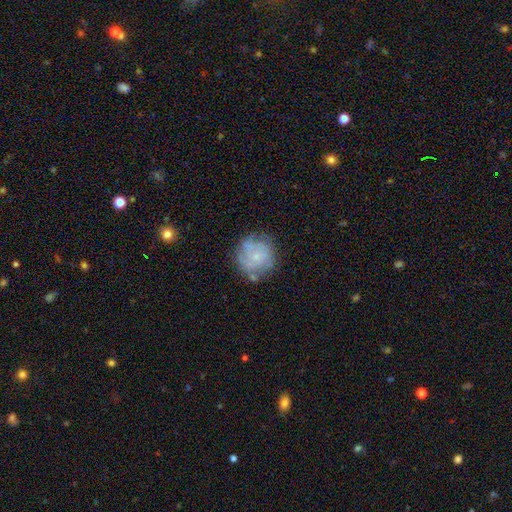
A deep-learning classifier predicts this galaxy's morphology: The model was most divided on "smooth or featured": featured or disk: 56%, smooth: 35%, star or artifact: 9%. More confident: edge-on disk — no (98%); bar — no (83%); bulge size — small (74%); spiral arms — yes (68%); merging — none (66%).